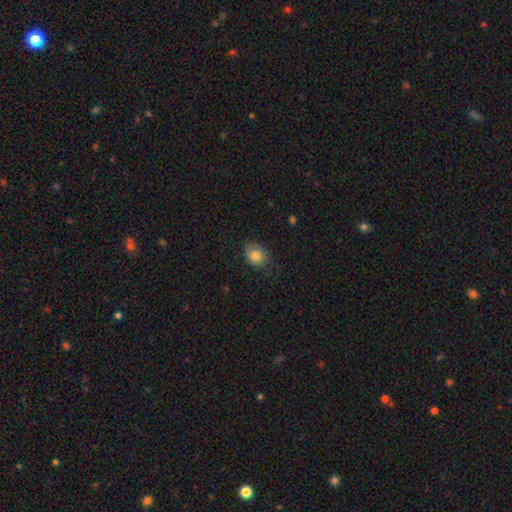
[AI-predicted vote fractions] The model was most divided on "how rounded": in between: 56%, round: 43%, cigar-shaped: 1%. More confident: smooth or featured — smooth (79%); merging — none (70%).